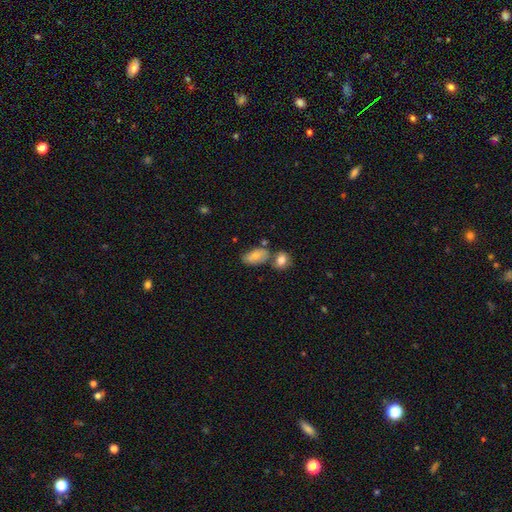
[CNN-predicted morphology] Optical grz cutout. It shows a smooth galaxy with no disk features (76%) that is in between round and cigar-shaped (90%). Merging: none (52%).